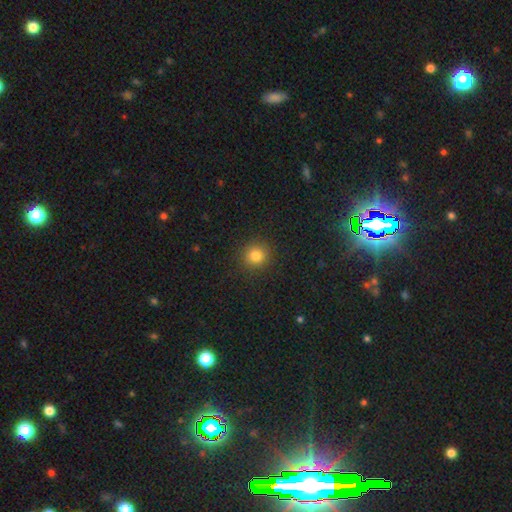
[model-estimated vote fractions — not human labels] Morphology: type=smooth (81%); roundness=round (91%); merging=none (90%).